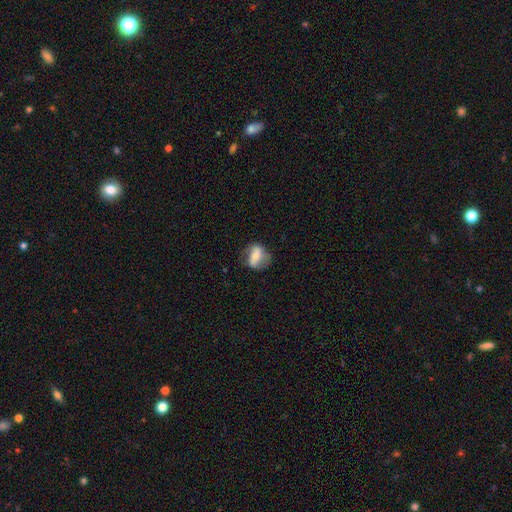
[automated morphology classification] Q: Smooth or featured?
A: smooth (49%); runner-up: featured or disk (44%)
Q: Merging?
A: none (64%); runner-up: minor disturbance (22%)